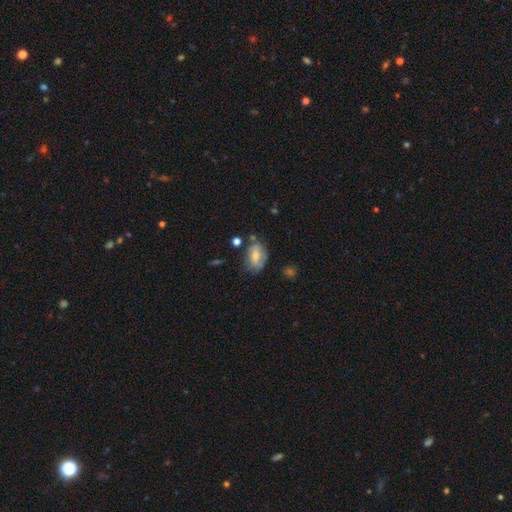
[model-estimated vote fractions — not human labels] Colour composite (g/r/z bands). It shows a smooth galaxy with no disk features (60%) that is in between round and cigar-shaped (85%). Merging: none (60%).